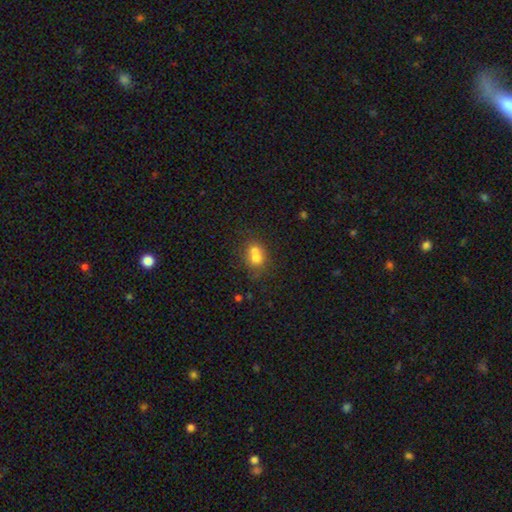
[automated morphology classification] Overall: smooth (68%). How rounded: round (69%; in between 30%). Merging: merger (60%; none 29%).